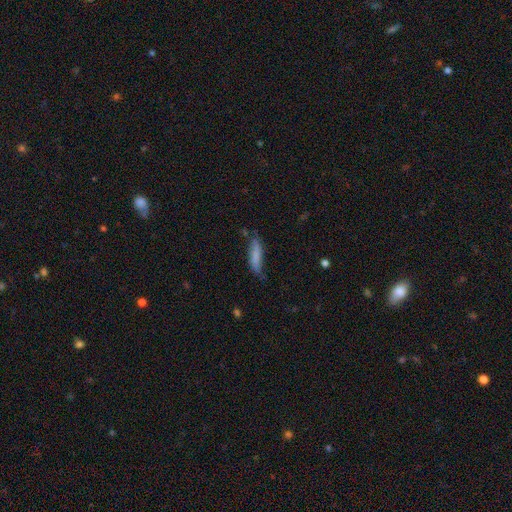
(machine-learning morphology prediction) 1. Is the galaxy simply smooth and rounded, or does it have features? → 73% smooth, 20% featured or disk, 7% star or artifact.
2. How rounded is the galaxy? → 66% cigar-shaped, 32% in between, 2% round.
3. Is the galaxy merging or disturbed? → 55% none, 32% minor disturbance, 9% major disturbance, 3% merger.